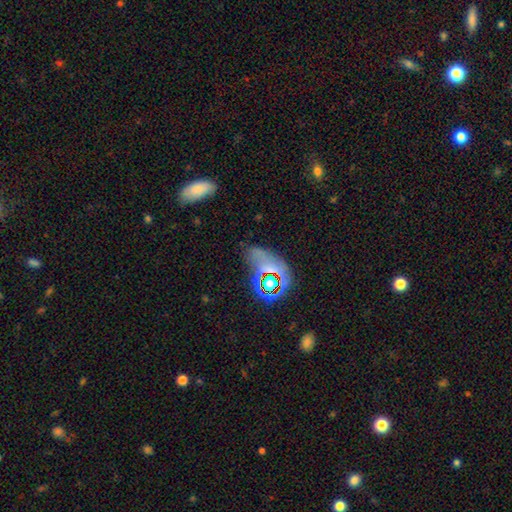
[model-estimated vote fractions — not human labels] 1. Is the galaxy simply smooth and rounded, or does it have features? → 46% star or artifact, 37% smooth, 17% featured or disk.